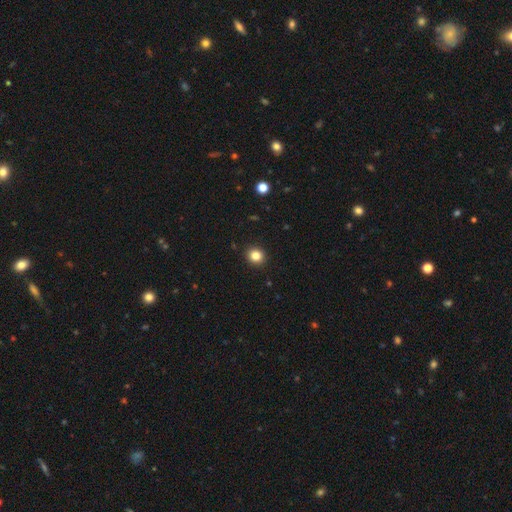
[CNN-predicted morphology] Smooth or featured? smooth (84%)
How rounded? round (83%)
Merging? none (92%)